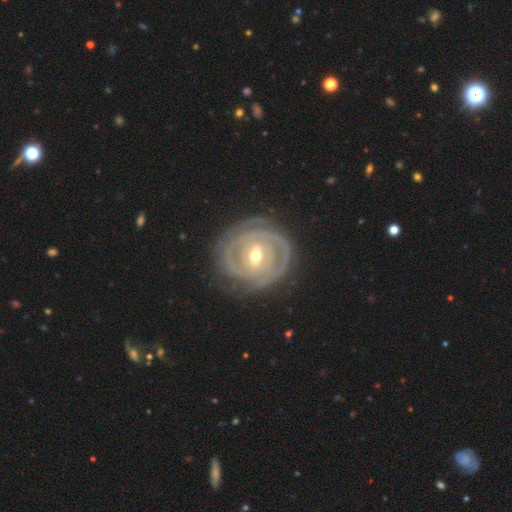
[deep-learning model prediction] This appears to be a featured or disk galaxy (88%) with a weak bar (44%), 2 (39%) tight (84%) spiral arms (94%) and a moderate central bulge (64%). Merging: none (79%).